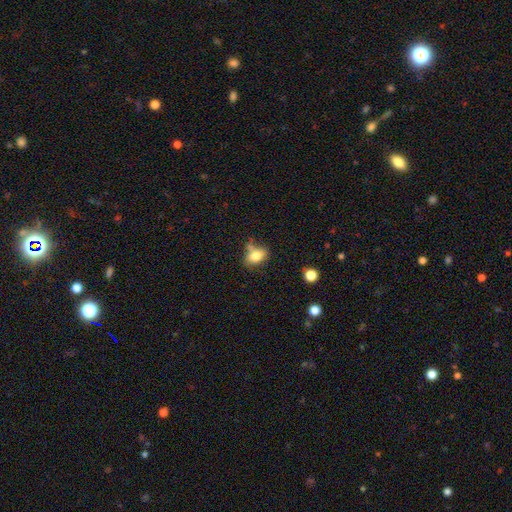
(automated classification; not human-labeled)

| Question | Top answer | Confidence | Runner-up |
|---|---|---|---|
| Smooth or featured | smooth | 78% | featured or disk (13%) |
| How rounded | in between | 78% | round (19%) |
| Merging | none | 55% | minor disturbance (24%) |